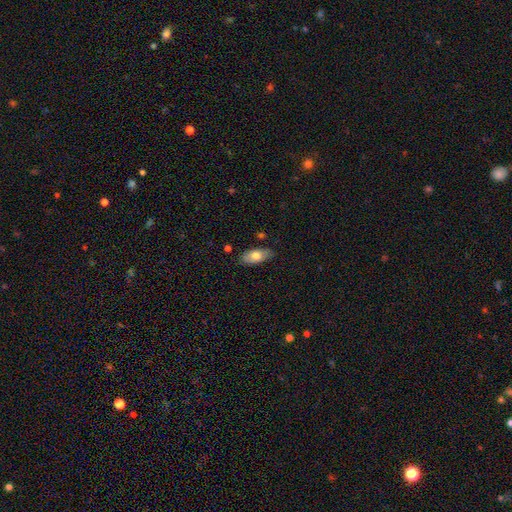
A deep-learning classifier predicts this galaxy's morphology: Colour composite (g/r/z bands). It shows a smooth galaxy with no disk features (73%) that is in between round and cigar-shaped (89%). Merging: none (79%).